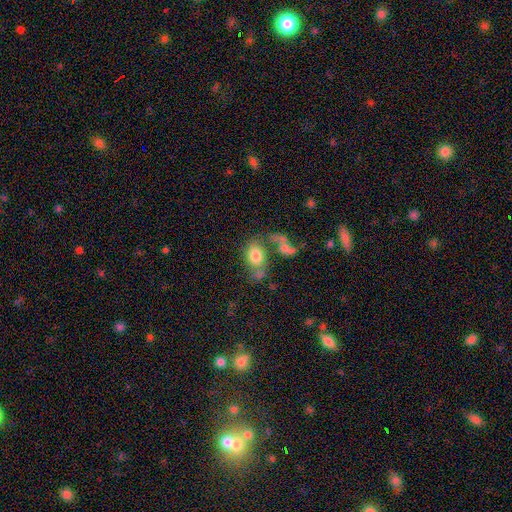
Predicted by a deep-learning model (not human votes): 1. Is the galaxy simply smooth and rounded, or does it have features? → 71% smooth, 19% featured or disk, 10% star or artifact.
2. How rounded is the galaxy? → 78% in between, 20% round, 2% cigar-shaped.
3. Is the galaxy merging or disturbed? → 35% none (tied), 35% merger (tied), 15% minor disturbance, 15% major disturbance.